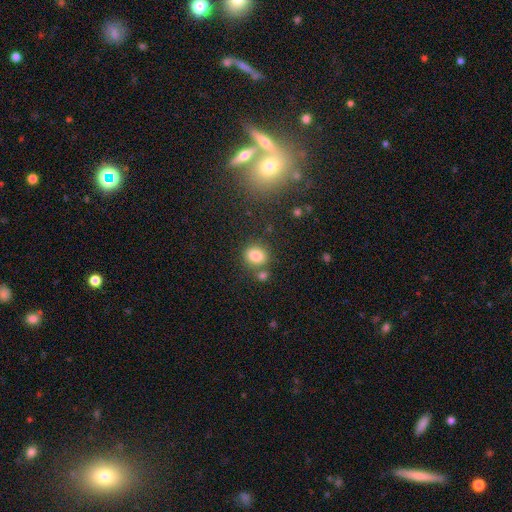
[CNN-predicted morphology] Smooth or featured: smooth — 83% (star or artifact — 11%)
How rounded: round — 56% (in between — 43%)
Merging: none — 68% (merger — 16%)